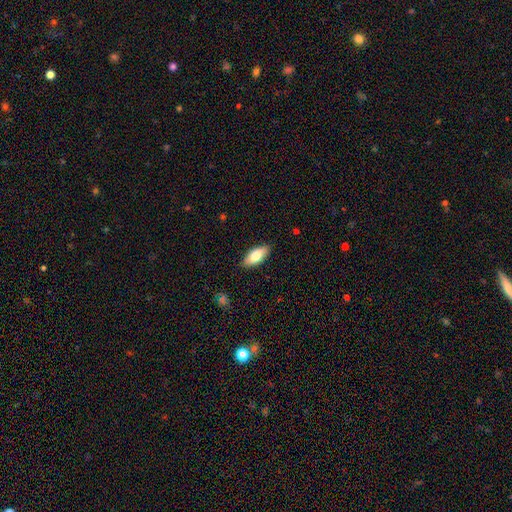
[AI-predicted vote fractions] smooth_or_featured: smooth (p=0.76) [alt: featured or disk p=0.18]
how_rounded: in between (p=0.86) [alt: cigar-shaped p=0.11]
merging: none (p=0.87) [alt: minor disturbance p=0.10]